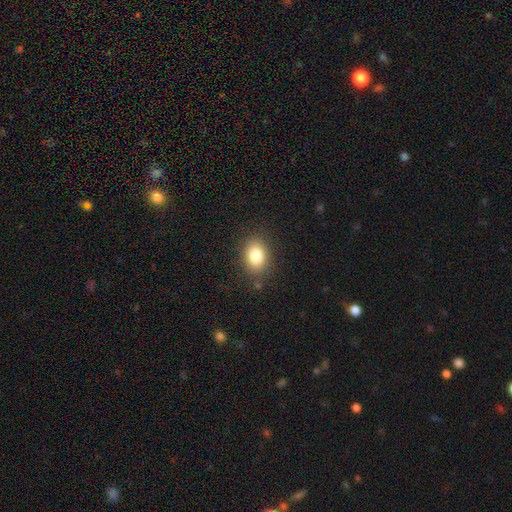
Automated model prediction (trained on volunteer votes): Smooth or featured? Predicted: smooth (p=0.83). How rounded? Predicted: in between (p=0.69). Merging? Predicted: none (p=0.85).